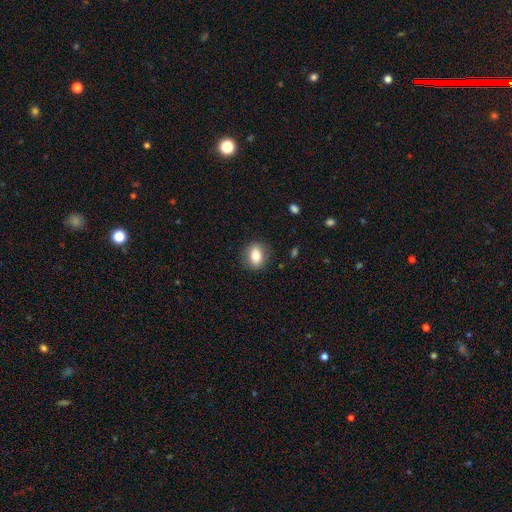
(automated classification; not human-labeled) smooth 78%, featured or disk 13%, star or artifact 9%. Down the decision tree: how rounded — in between (53%); merging — none (86%).